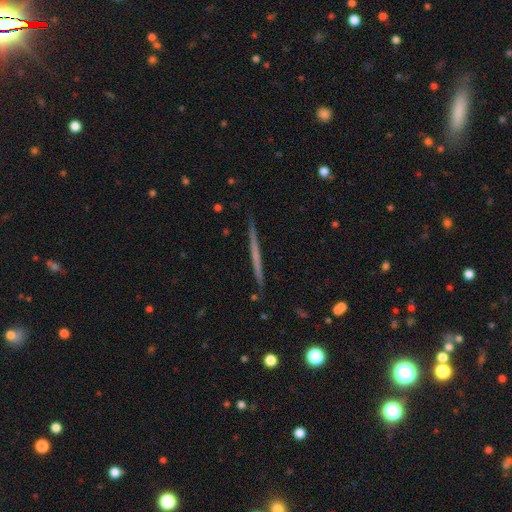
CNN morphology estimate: Overall: featured or disk (56%; smooth 38%). Edge-on disk: yes (98%). Edge-on bulge: none (90%). Merging: none (92%).